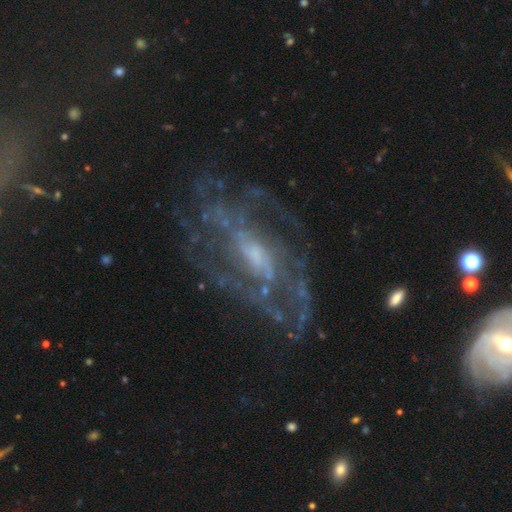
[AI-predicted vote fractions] Overall: featured or disk (86%). Edge-on disk: no (93%). Bar: weak (44%; no 38%). Spiral arms: yes (88%). Spiral arm count: can't tell (43%; 2 18%). Spiral winding: tight (43%; medium 40%). Bulge size: small (51%; moderate 37%). Merging: none (67%).